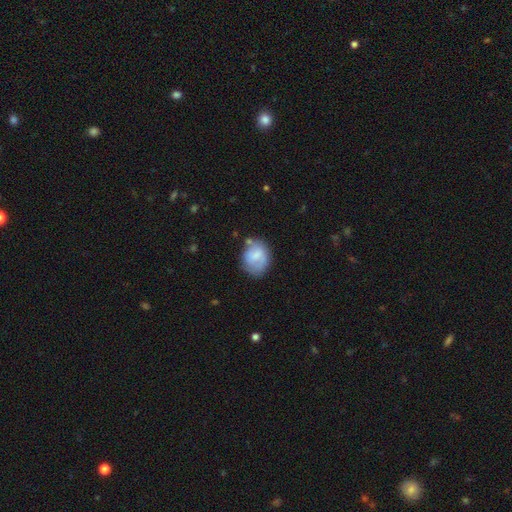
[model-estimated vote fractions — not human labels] The model was most divided on "how rounded": in between: 52%, round: 47%, cigar-shaped: 1%. More confident: smooth or featured — smooth (65%); merging — none (57%).